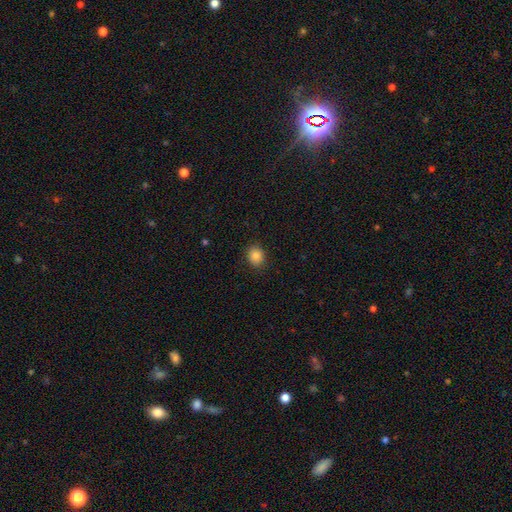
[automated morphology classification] type=smooth (85%); roundness=round (65%); merging=none (90%).